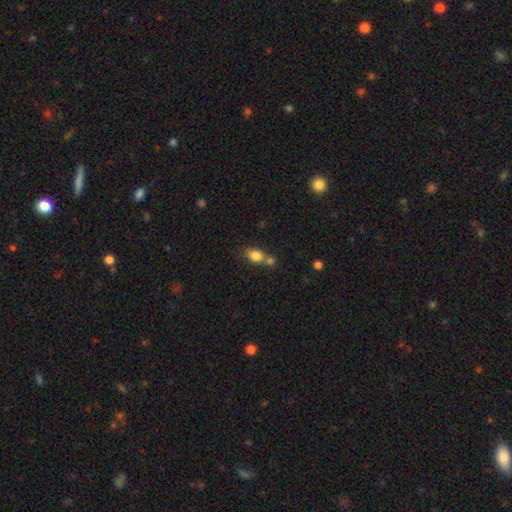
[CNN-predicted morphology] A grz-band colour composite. It shows a smooth galaxy with no disk features (81%) that is in between round and cigar-shaped (67%). Merging: merger (42%).